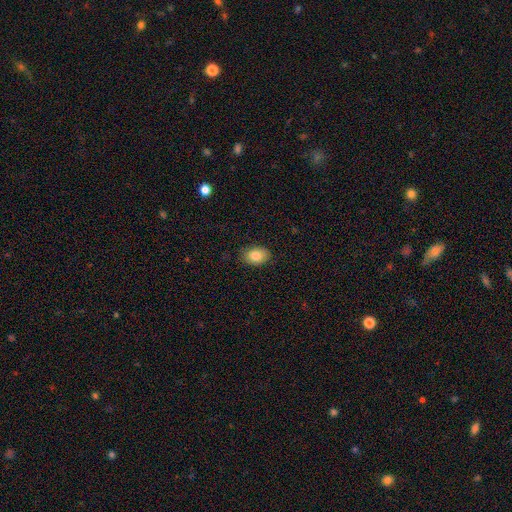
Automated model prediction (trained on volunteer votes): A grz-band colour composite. It shows a smooth galaxy with no disk features (83%) that is in between round and cigar-shaped (81%). Merging: none (85%).